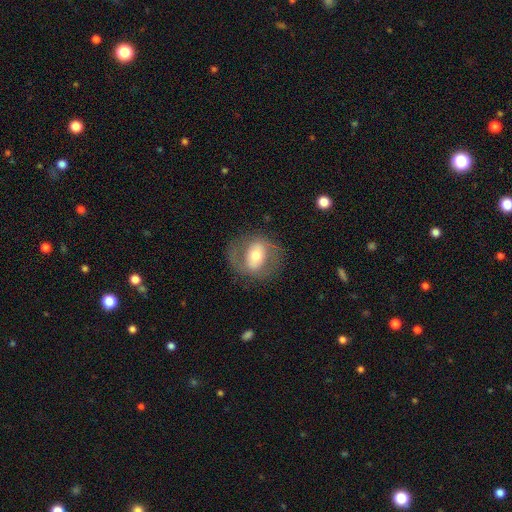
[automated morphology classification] Q: Smooth or featured?
A: featured or disk (54%); runner-up: smooth (39%)
Q: Edge-on disk?
A: no (94%); runner-up: yes (6%)
Q: Bar?
A: no (37%); runner-up: weak (34%)
Q: Spiral arms?
A: no (52%); runner-up: yes (48%)
Q: Bulge size?
A: moderate (64%); runner-up: large (21%)
Q: Merging?
A: none (73%); runner-up: minor disturbance (14%)